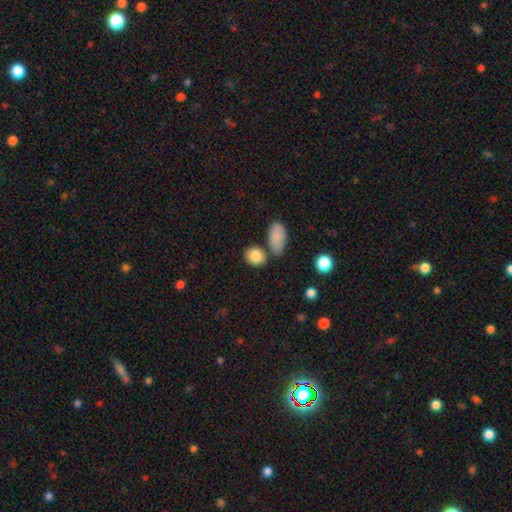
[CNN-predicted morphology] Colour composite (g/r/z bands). It shows a smooth galaxy with no disk features (85%) that is in between round and cigar-shaped (55%). Merging: none (70%).